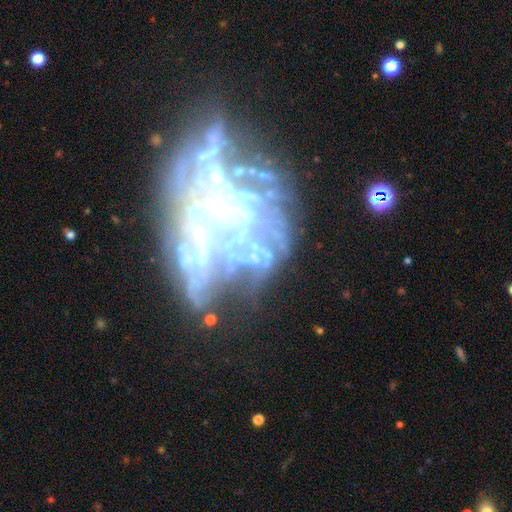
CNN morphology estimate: Smooth or featured? Predicted: featured or disk (p=0.63). Edge-on disk? Predicted: no (p=0.96). Bar? Predicted: no (p=0.77). Spiral arms? Predicted: no (p=0.70). Bulge size? Predicted: none (p=0.52). Merging? Predicted: merger (p=0.33).